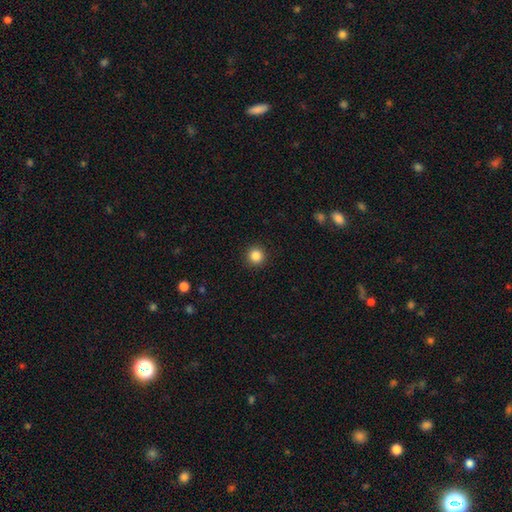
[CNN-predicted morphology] Smooth or featured?
  - smooth: 85% *
  - star or artifact: 11%
  - featured or disk: 4%
How rounded?
  - round: 96% *
  - in between: 4%
  - cigar-shaped: 1%
Merging?
  - none: 93% *
  - minor disturbance: 5%
  - major disturbance: 2%
  - merger: 1%